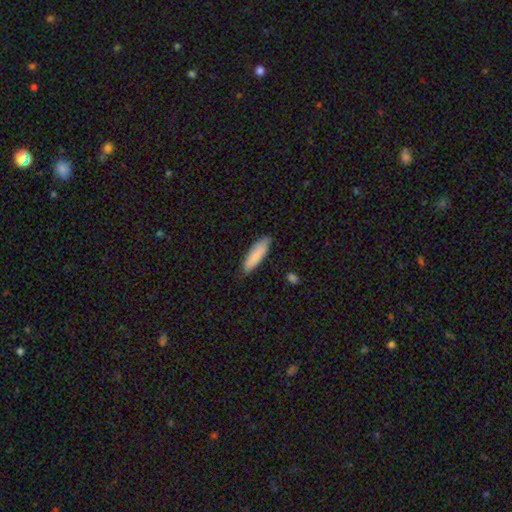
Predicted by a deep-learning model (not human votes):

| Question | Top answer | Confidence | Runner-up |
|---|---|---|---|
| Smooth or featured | smooth | 85% | featured or disk (9%) |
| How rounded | cigar-shaped | 60% | in between (38%) |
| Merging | none | 84% | minor disturbance (13%) |